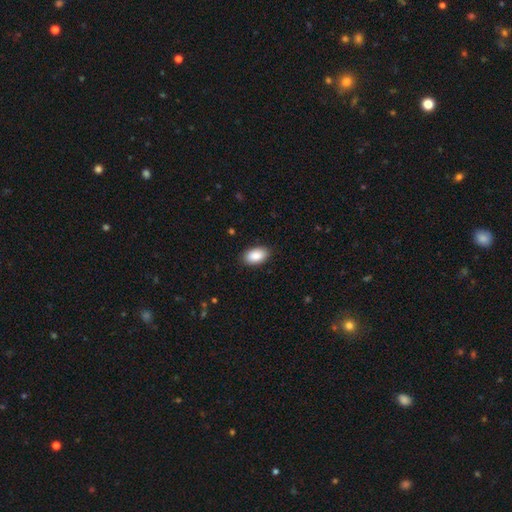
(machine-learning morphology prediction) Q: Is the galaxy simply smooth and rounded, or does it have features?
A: smooth — 90%.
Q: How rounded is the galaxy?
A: in between — 94%.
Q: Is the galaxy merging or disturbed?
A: none — 88%.